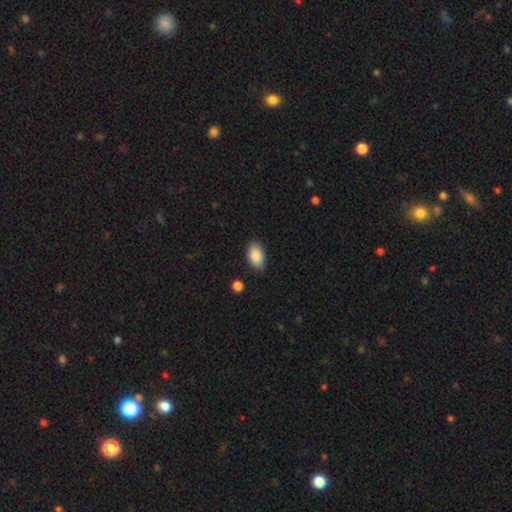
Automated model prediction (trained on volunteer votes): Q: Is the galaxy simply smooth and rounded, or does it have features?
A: smooth — 88%.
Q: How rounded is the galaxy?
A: in between — 93%.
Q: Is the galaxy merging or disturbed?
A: none — 85%.